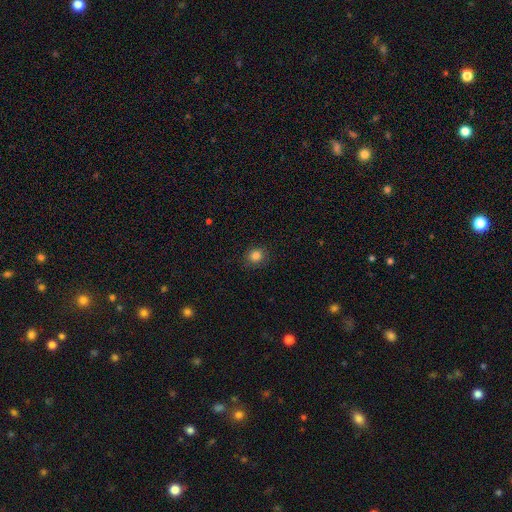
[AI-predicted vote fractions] Smooth or featured: smooth — 83% (star or artifact — 12%)
How rounded: round — 78% (in between — 21%)
Merging: none — 86% (minor disturbance — 10%)